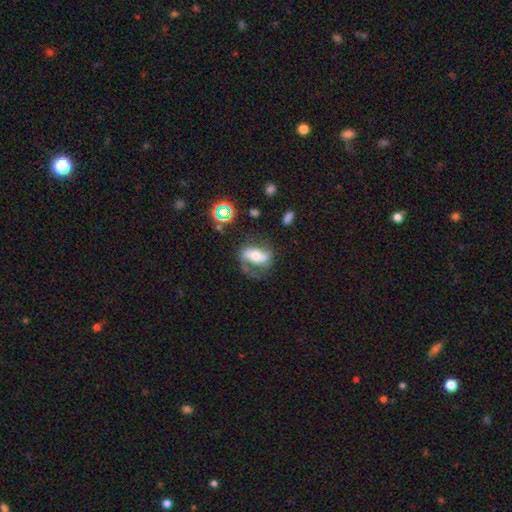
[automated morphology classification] This appears to be a featured or disk galaxy (59%) with a strong bar (44%), spiral arms (74%) and a moderate central bulge (60%). Merging: none (51%).